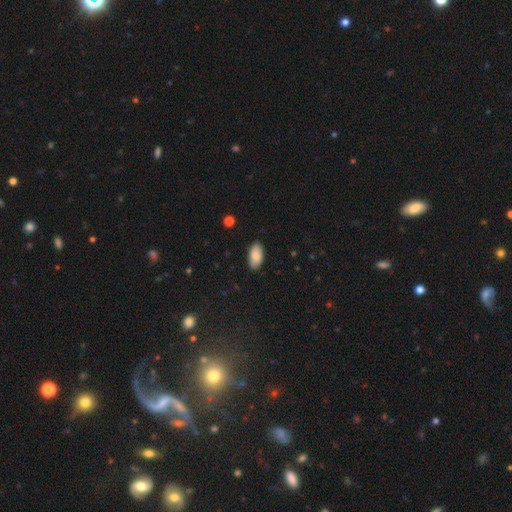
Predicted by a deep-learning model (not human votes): This appears to be a smooth galaxy with no disk features (86%) that is in between round and cigar-shaped (94%). Merging: none (87%).